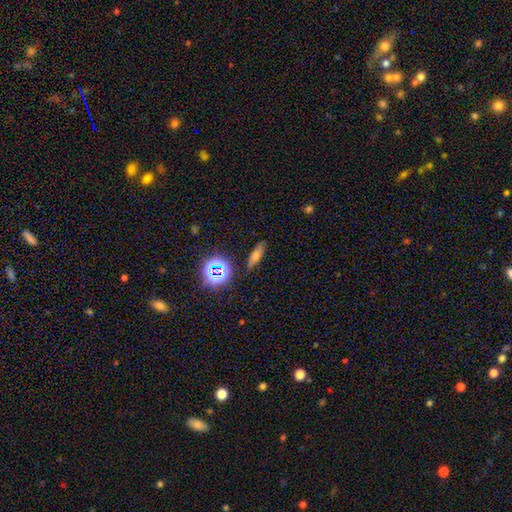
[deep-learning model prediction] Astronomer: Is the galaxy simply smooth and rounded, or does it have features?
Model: smooth — 56%.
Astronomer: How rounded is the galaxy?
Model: cigar-shaped — 53% (runner-up: in between, 38%).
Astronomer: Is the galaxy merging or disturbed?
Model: none — 85%.